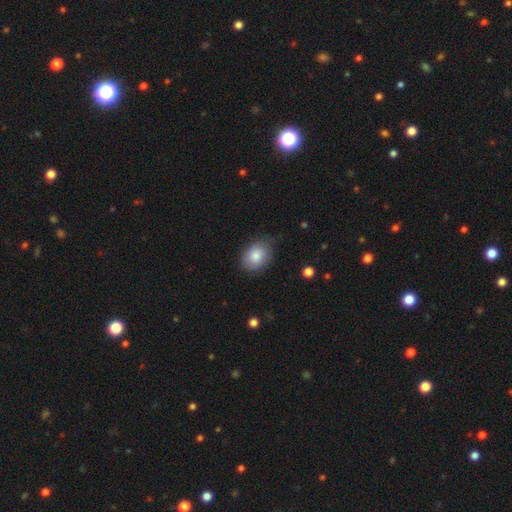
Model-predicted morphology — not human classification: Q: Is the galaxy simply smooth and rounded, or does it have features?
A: smooth — 83%.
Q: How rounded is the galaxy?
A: in between — 66%.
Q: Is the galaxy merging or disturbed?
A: none — 69%.